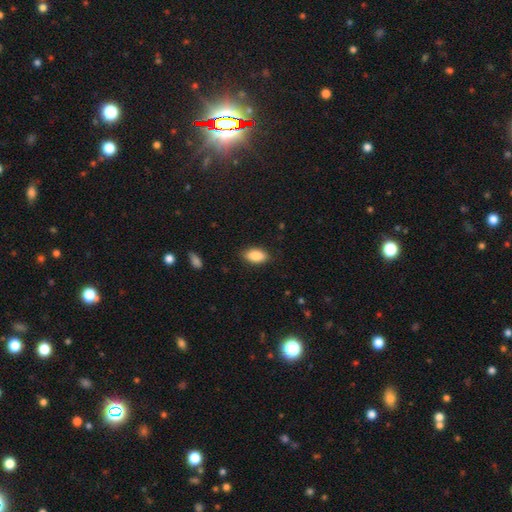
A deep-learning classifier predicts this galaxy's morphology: Q: Smooth or featured?
A: smooth (88%); runner-up: star or artifact (7%)
Q: How rounded?
A: in between (92%); runner-up: round (4%)
Q: Merging?
A: none (85%); runner-up: minor disturbance (11%)